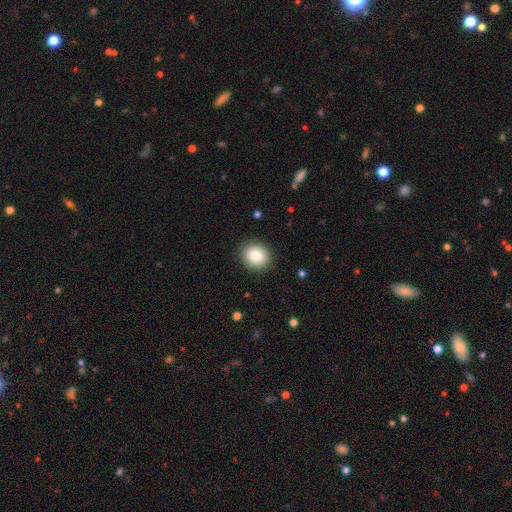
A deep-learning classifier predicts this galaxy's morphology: Smooth or featured: smooth — 83% (star or artifact — 9%)
How rounded: round — 76% (in between — 23%)
Merging: none — 90% (minor disturbance — 7%)